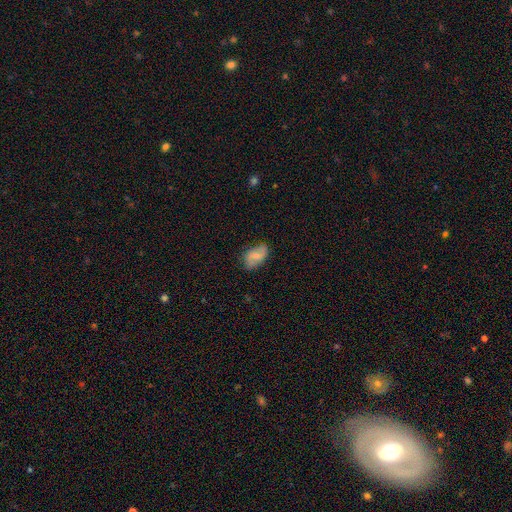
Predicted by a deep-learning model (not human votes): This is possibly a smooth galaxy (51%). How rounded: clearly in between (90%). Merging: likely none (74%).